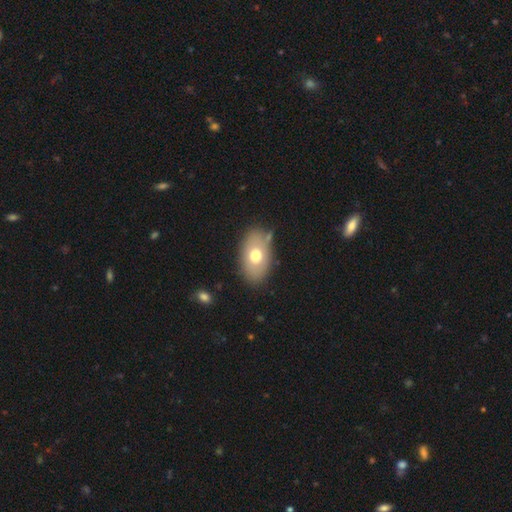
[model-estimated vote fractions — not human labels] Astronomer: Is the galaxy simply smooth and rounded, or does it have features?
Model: smooth — 68%.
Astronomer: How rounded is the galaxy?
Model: in between — 89%.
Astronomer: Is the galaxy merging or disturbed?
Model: none — 78%.